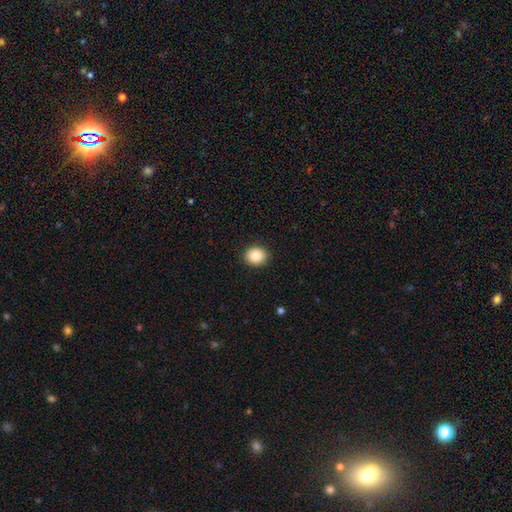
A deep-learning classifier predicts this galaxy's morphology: Smooth or featured? smooth (85%)
How rounded? round (75%)
Merging? none (91%)